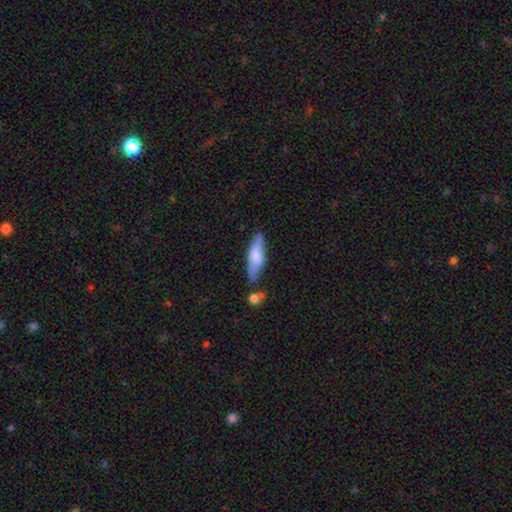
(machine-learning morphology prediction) smooth-or-featured: smooth: 66% | featured or disk: 28% | star or artifact: 6%
  how-rounded: cigar-shaped: 54% | in between: 45% | round: 2%
  merging: none: 62% | minor disturbance: 23% | merger: 9% | major disturbance: 6%